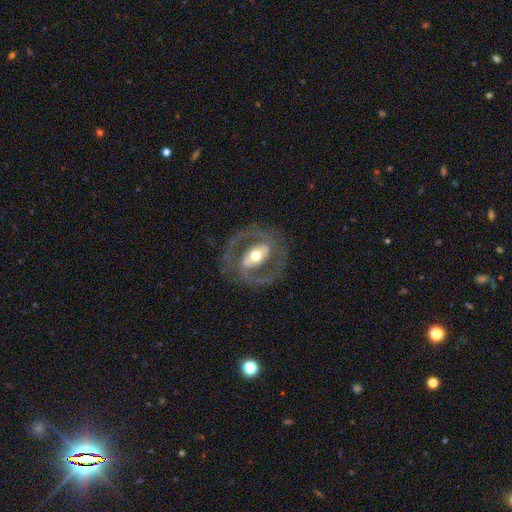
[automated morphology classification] This appears to be a featured or disk galaxy (83%) with a strong bar (46%), 2 (87%) medium (51%) spiral arms (76%) and a moderate central bulge (68%). Merging: none (78%).